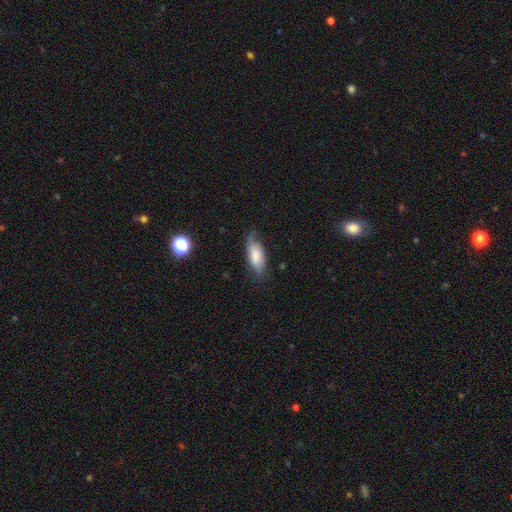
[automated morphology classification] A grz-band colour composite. It shows a smooth galaxy with no disk features (68%) that is in between round and cigar-shaped (78%). Merging: none (59%).